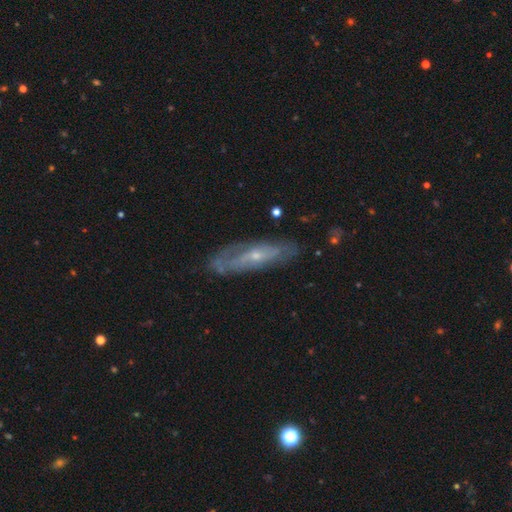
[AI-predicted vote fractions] smooth_or_featured: featured or disk (p=0.70) [alt: smooth p=0.23]
disk_edge_on: no (p=0.65) [alt: yes p=0.35]
merging: none (p=0.71) [alt: minor disturbance p=0.20]